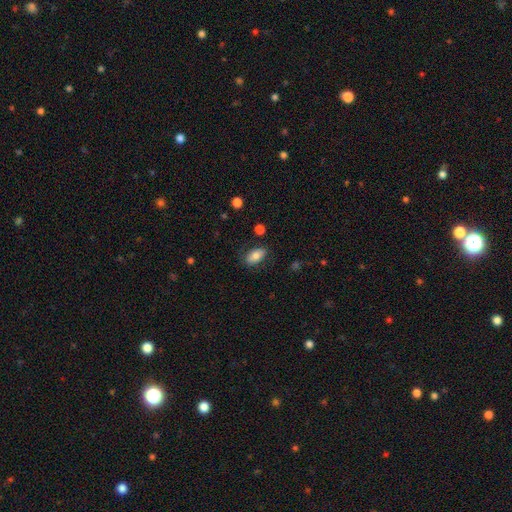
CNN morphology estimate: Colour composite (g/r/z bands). It shows a smooth galaxy with no disk features (79%) that is in between round and cigar-shaped (92%). Merging: none (78%).